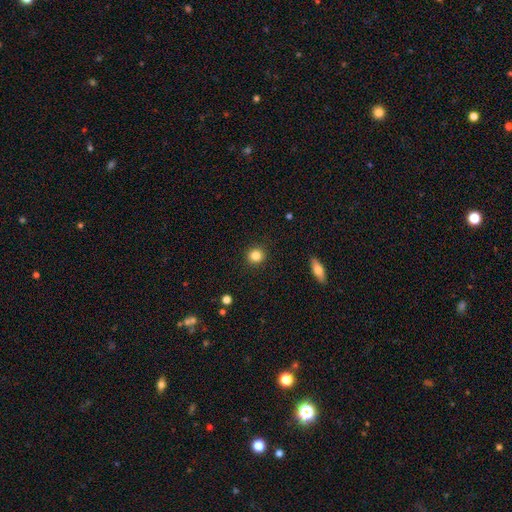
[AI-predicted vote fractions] A smooth galaxy with no disk features (85%) that is round (91%).

Vote fractions:
- Smooth or featured? smooth: 85% / star or artifact: 10% / featured or disk: 5%
- How rounded? round: 91% / in between: 8% / cigar-shaped: 1%
- Merging? none: 92% / minor disturbance: 5% / major disturbance: 2% / merger: 1%